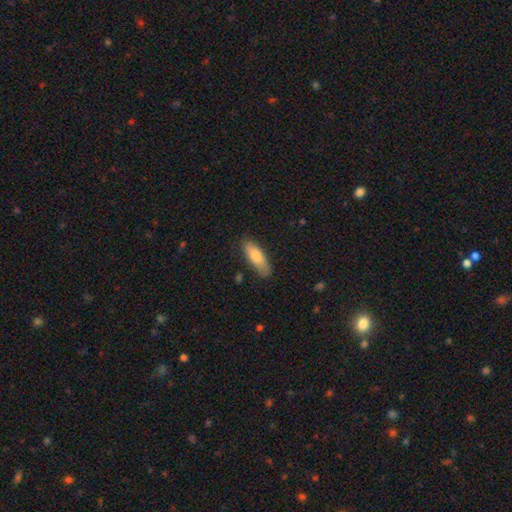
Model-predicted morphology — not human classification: Q: Smooth or featured?
A: smooth (80%); runner-up: featured or disk (14%)
Q: How rounded?
A: in between (54%); runner-up: cigar-shaped (44%)
Q: Merging?
A: none (80%); runner-up: minor disturbance (15%)